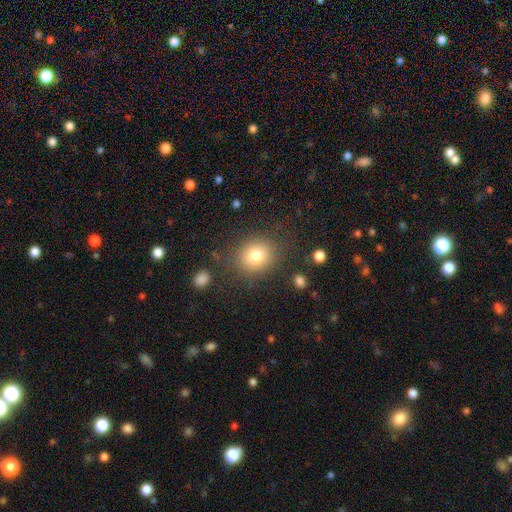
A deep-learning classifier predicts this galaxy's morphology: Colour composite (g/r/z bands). It shows a smooth galaxy with no disk features (79%) that is round (71%). Merging: none (80%).